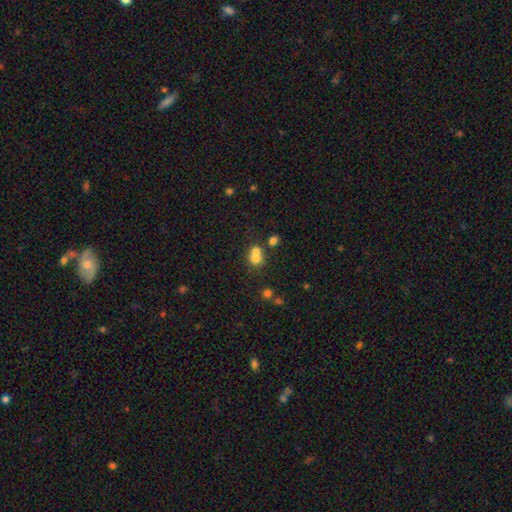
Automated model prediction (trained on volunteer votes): The model was most divided on "merging": merger: 61%, none: 29%, minor disturbance: 6%, major disturbance: 4%. More confident: how rounded — round (71%); smooth or featured — smooth (70%).